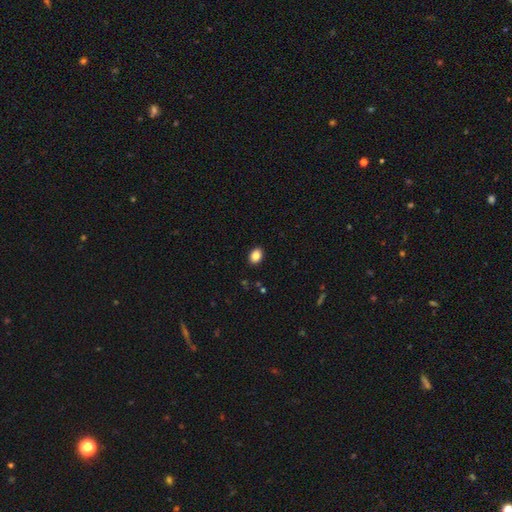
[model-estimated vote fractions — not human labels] Smooth or featured?
  - smooth: 87% *
  - star or artifact: 9%
  - featured or disk: 5%
How rounded?
  - in between: 73% *
  - round: 26%
  - cigar-shaped: 1%
Merging?
  - none: 90% *
  - minor disturbance: 7%
  - major disturbance: 2%
  - merger: 1%